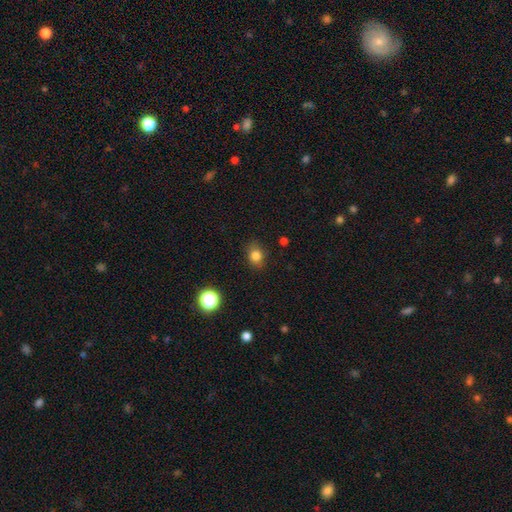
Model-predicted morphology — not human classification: Smooth or featured: smooth — 81% (star or artifact — 12%)
How rounded: round — 50% (in between — 48%)
Merging: none — 82% (minor disturbance — 14%)